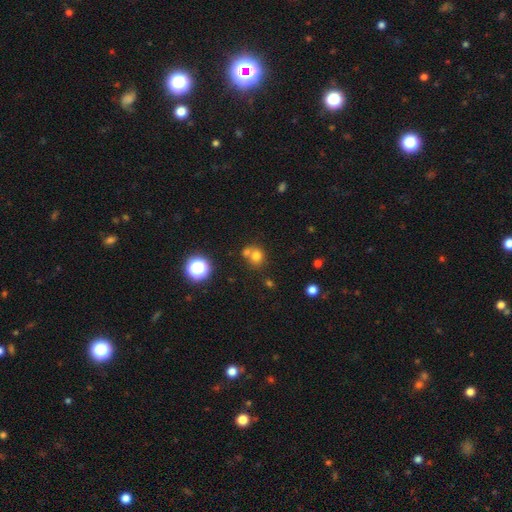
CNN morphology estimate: smooth_or_featured: smooth (p=0.73) [alt: star or artifact p=0.17]
how_rounded: round (p=0.80) [alt: in between p=0.19]
merging: none (p=0.50) [alt: merger p=0.37]